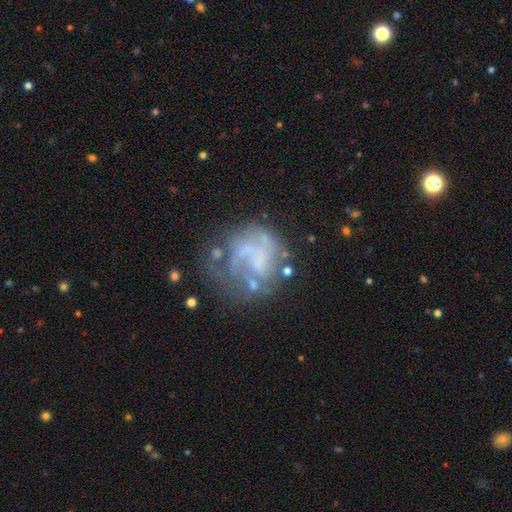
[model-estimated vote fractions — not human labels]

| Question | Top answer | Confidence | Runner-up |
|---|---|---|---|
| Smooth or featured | featured or disk | 69% | smooth (20%) |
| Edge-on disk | no | 98% | yes (2%) |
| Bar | no | 73% | weak (21%) |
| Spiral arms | yes | 62% | no (38%) |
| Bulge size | none | 67% | small (15%) |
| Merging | none | 45% | major disturbance (29%) |